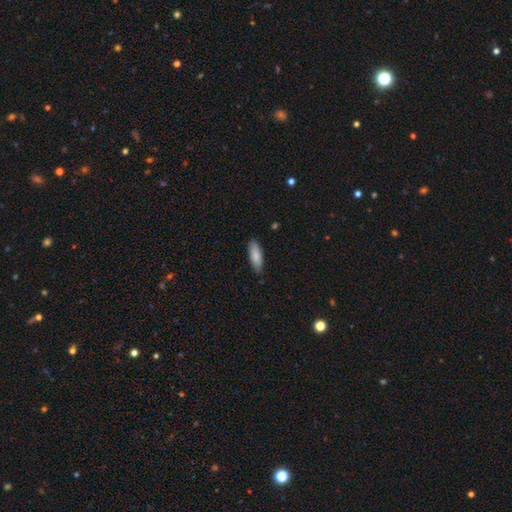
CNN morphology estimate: A smooth galaxy with no disk features (84%) that is in between round and cigar-shaped (58%). Merging: none (83%).